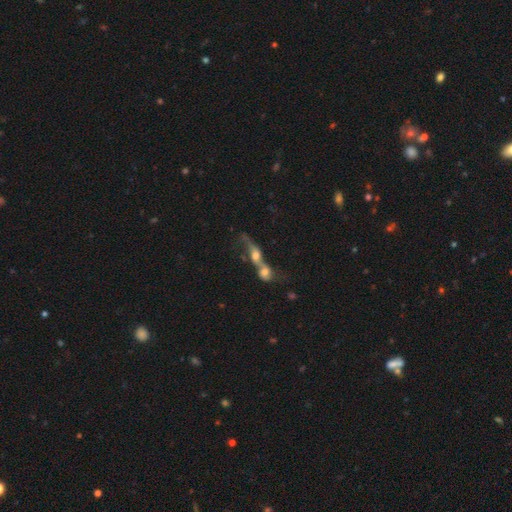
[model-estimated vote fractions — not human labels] A featured or disk galaxy (47%). Merging: merger (75%).